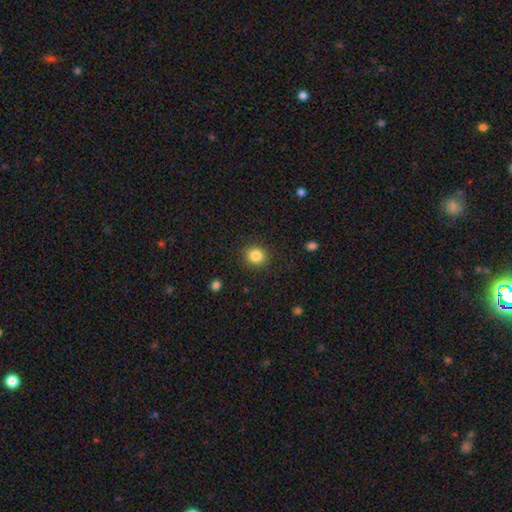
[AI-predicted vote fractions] This is clearly a smooth galaxy (85%). How rounded: clearly round (83%). Merging: clearly none (89%).